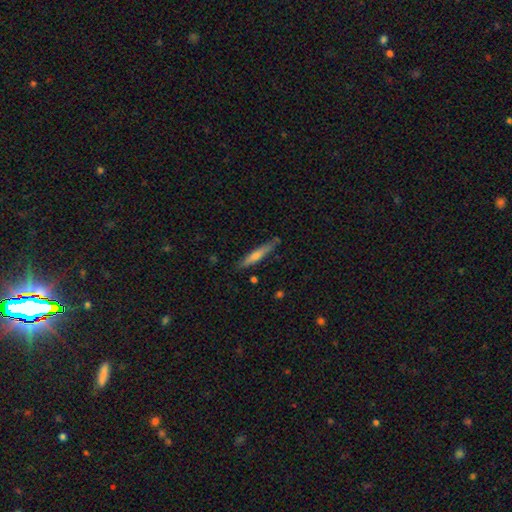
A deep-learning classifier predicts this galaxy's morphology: Smooth or featured? Predicted: smooth (p=0.55). How rounded? Predicted: cigar-shaped (p=0.92). Merging? Predicted: none (p=0.81).